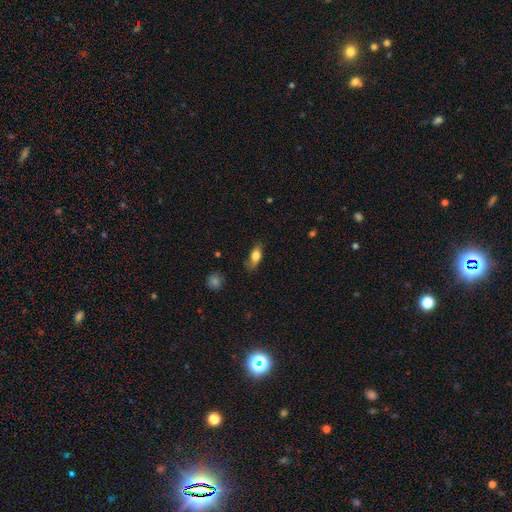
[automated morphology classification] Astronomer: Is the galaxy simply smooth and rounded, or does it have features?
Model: smooth — 76%.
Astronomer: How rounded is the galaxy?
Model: in between — 79%.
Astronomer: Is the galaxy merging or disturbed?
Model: none — 68%.